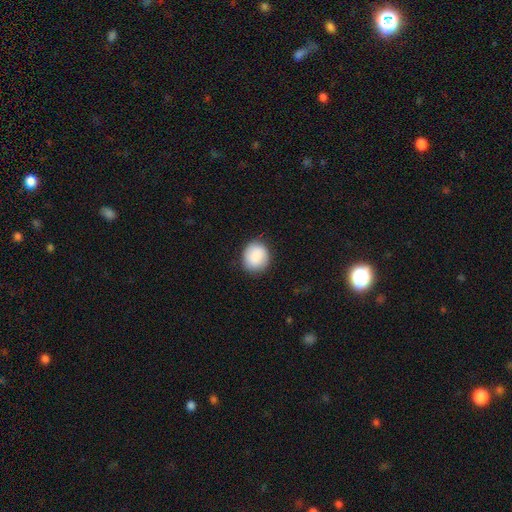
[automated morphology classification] Smooth or featured: smooth — 87% (star or artifact — 7%)
How rounded: round — 77% (in between — 22%)
Merging: none — 85% (minor disturbance — 11%)